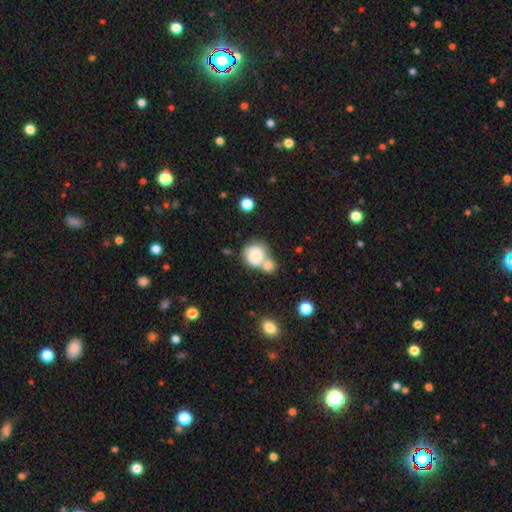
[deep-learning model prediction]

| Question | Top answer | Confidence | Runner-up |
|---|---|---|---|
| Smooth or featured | smooth | 66% | featured or disk (26%) |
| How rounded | round | 81% | in between (18%) |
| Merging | merger | 51% | none (32%) |